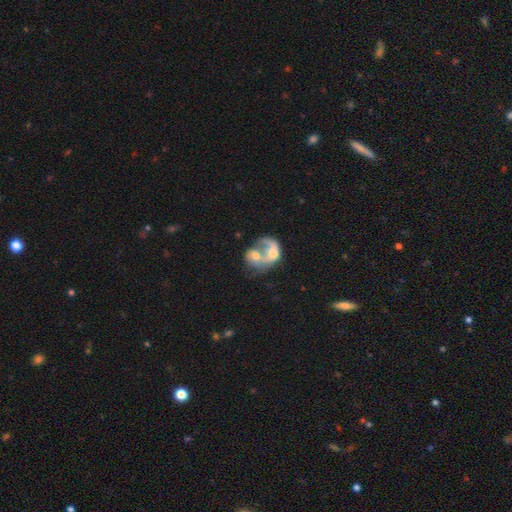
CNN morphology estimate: Smooth or featured: featured or disk — 57% (smooth — 36%)
Edge-on disk: no — 98% (yes — 2%)
Bar: no — 80% (weak — 16%)
Spiral arms: no — 53% (yes — 47%)
Bulge size: moderate — 55% (small — 20%)
Merging: merger — 74% (major disturbance — 12%)